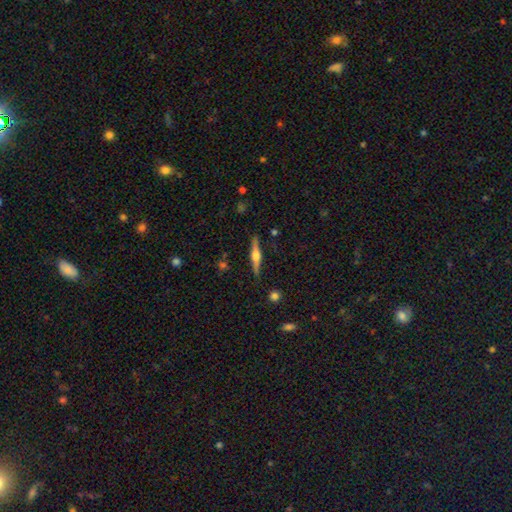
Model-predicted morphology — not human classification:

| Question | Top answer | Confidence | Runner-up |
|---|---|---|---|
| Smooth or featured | featured or disk | 69% | smooth (25%) |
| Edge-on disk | yes | 98% | no (2%) |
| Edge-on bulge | rounded | 91% | boxy (6%) |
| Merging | none | 88% | minor disturbance (8%) |